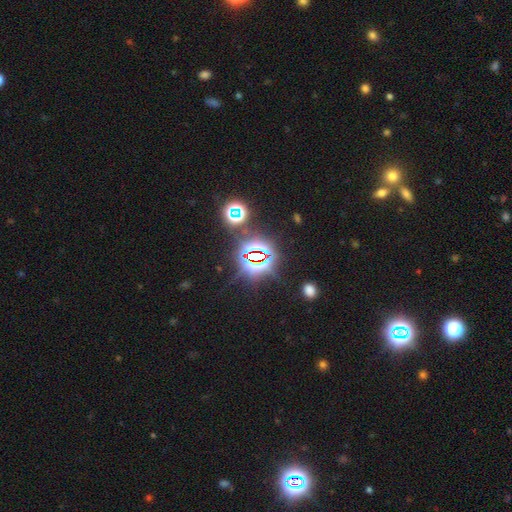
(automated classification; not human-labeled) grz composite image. It shows a star or artifact, not a galaxy (80%).